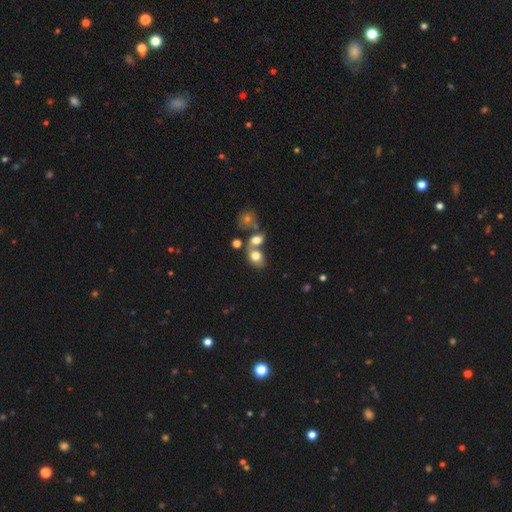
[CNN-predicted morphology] type=smooth (75%); roundness=in between (61%); merging=merger (49%).